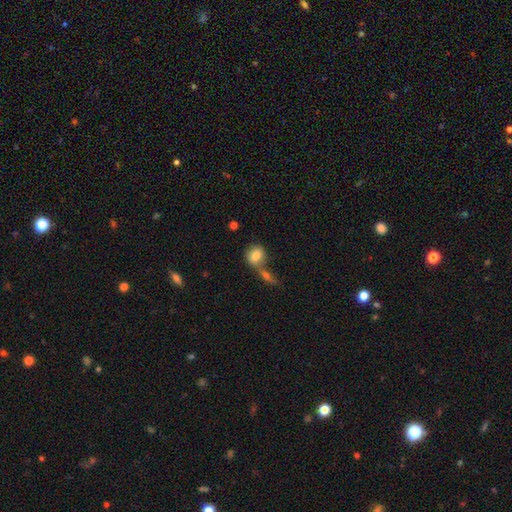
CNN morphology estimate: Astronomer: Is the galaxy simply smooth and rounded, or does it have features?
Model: smooth — 80%.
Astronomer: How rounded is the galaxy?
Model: round — 62%.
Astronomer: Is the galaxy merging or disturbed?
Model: merger — 43% (runner-up: none, 41%).